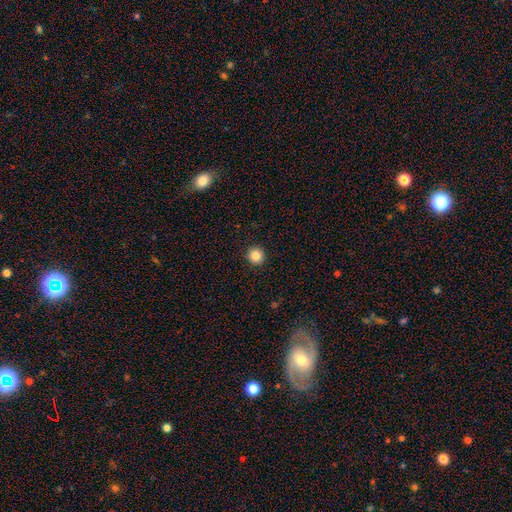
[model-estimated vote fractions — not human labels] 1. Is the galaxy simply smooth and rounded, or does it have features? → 85% smooth, 10% star or artifact, 4% featured or disk.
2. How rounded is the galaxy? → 94% round, 5% in between, 1% cigar-shaped.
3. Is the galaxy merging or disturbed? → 93% none, 5% minor disturbance, 2% major disturbance, 1% merger.